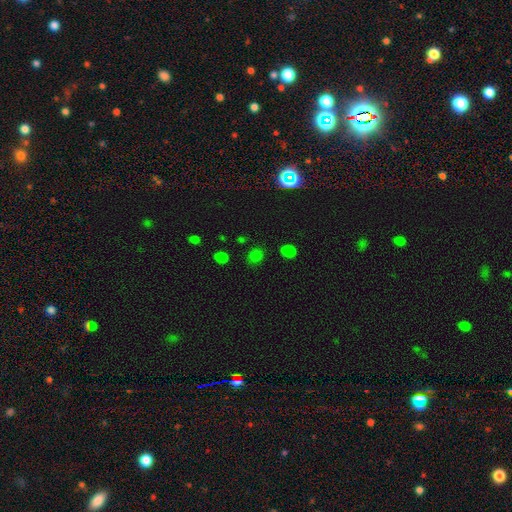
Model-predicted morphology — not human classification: Smooth or featured?
  - smooth: 71% *
  - star or artifact: 24%
  - featured or disk: 4%
How rounded?
  - round: 54% *
  - in between: 45%
  - cigar-shaped: 1%
Merging?
  - none: 78% *
  - minor disturbance: 14%
  - major disturbance: 5%
  - merger: 3%